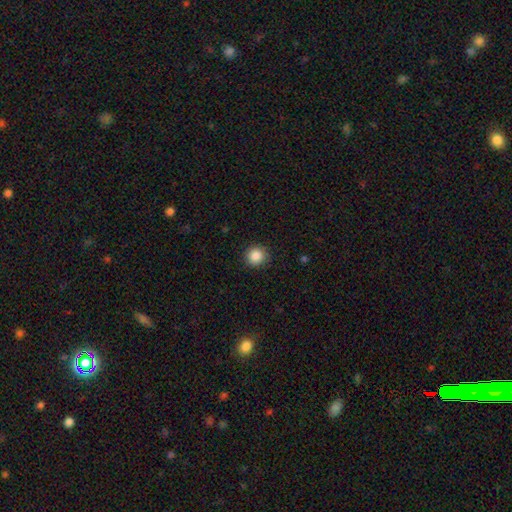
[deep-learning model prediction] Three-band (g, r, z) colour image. It shows a smooth galaxy with no disk features (87%) that is round (93%). Merging: none (91%).